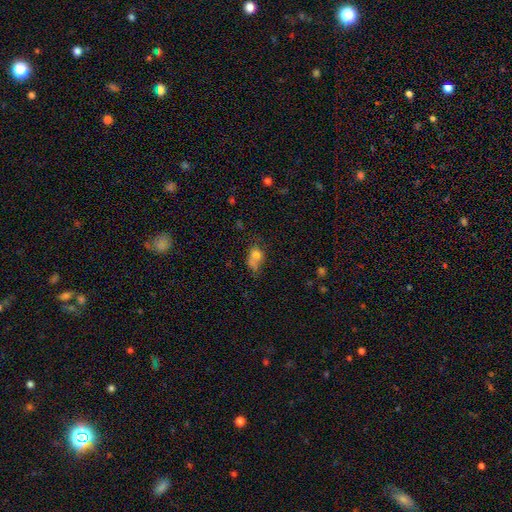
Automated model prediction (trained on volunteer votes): Smooth or featured? smooth (70%)
How rounded? in between (58%)
Merging? merger (39%)